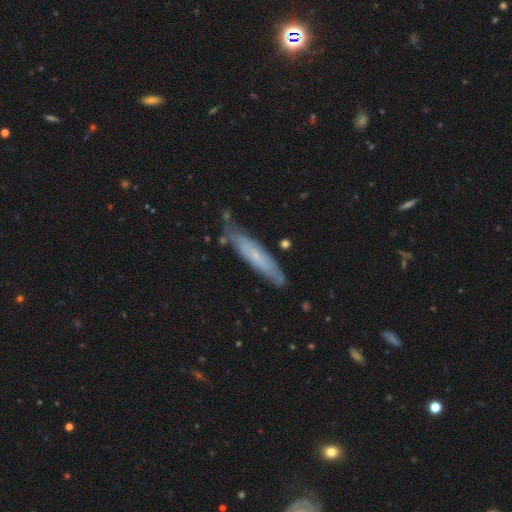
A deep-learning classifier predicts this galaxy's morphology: Smooth or featured?
  - smooth: 49% *
  - featured or disk: 44%
  - star or artifact: 7%
Merging?
  - none: 71% *
  - minor disturbance: 21%
  - major disturbance: 4%
  - merger: 3%